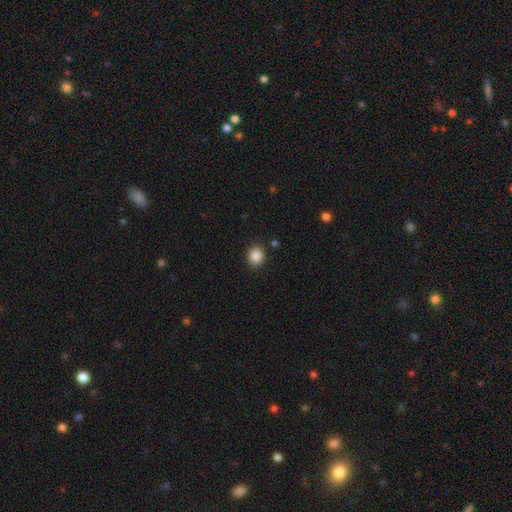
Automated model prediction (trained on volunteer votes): smooth-or-featured: smooth: 87% | star or artifact: 10% | featured or disk: 3%
  how-rounded: round: 80% | in between: 19% | cigar-shaped: 1%
  merging: none: 89% | minor disturbance: 7% | major disturbance: 2% | merger: 2%